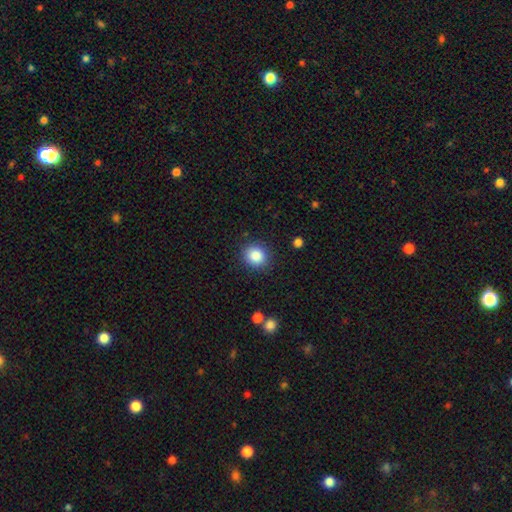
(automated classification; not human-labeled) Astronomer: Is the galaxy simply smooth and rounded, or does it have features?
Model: smooth — 86%.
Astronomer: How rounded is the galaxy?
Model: round — 83%.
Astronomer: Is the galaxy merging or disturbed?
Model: none — 88%.